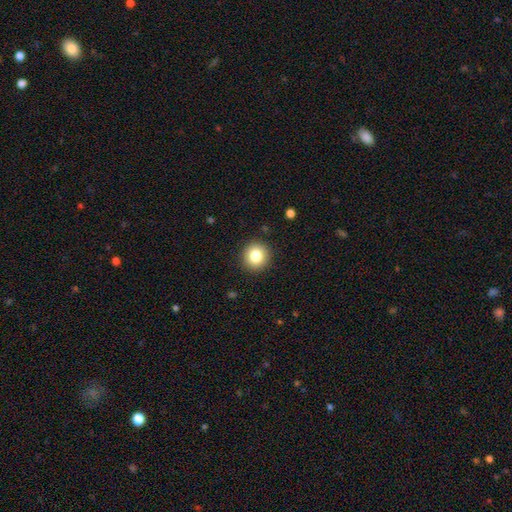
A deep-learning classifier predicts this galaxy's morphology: This appears to be a smooth galaxy with no disk features (82%) that is round (92%). Merging: none (91%).